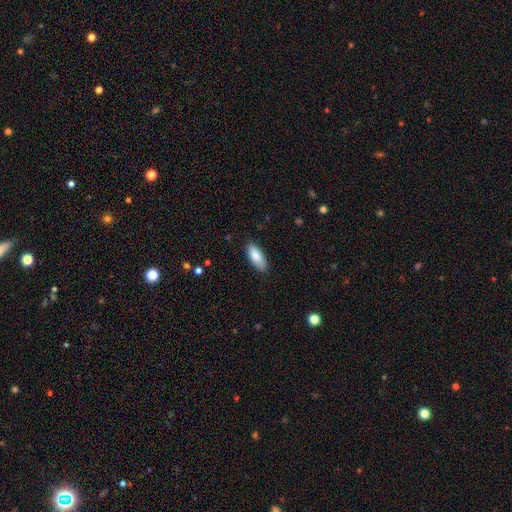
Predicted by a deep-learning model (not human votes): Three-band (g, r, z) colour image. It shows a smooth galaxy with no disk features (85%) that is in between round and cigar-shaped (78%). Merging: none (83%).